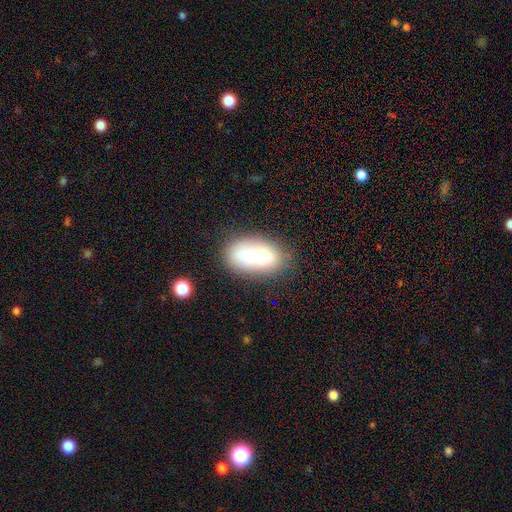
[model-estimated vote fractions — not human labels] A smooth galaxy with no disk features (70%) that is in between round and cigar-shaped (91%).

Vote fractions:
- Smooth or featured? smooth: 70% / featured or disk: 21% / star or artifact: 9%
- How rounded? in between: 91% / round: 5% / cigar-shaped: 4%
- Merging? none: 58% / minor disturbance: 20% / merger: 14% / major disturbance: 8%